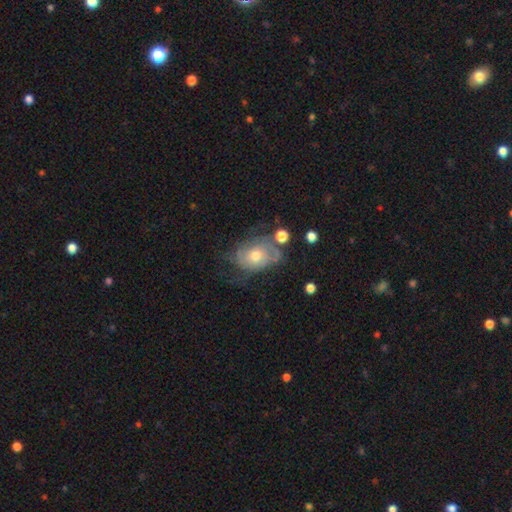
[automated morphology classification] A featured or disk galaxy (66%) with no bar (81%), spiral arms (78%) and a moderate central bulge (63%). Merging: none (48%).